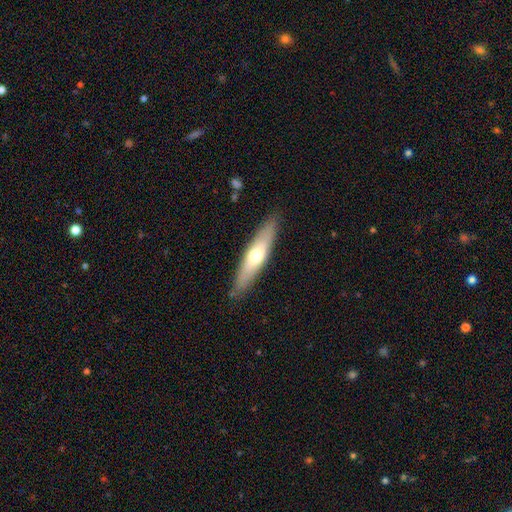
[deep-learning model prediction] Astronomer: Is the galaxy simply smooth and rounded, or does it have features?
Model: smooth — 53% (runner-up: featured or disk, 42%).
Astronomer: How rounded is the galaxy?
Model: cigar-shaped — 76%.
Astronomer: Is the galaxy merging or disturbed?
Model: none — 87%.